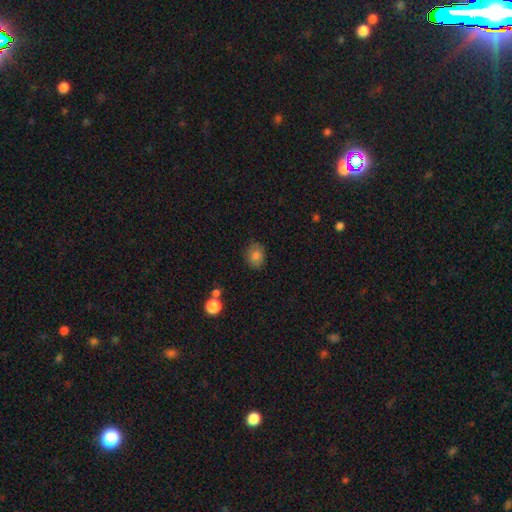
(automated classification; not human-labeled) Smooth or featured? smooth (82%)
How rounded? in between (52%)
Merging? none (80%)